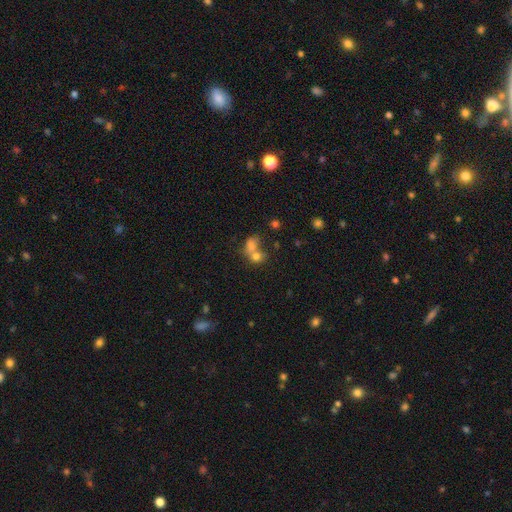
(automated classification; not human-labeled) smooth 55%, star or artifact 28%, featured or disk 17%. Down the decision tree: how rounded — round (69%); merging — merger (50%).